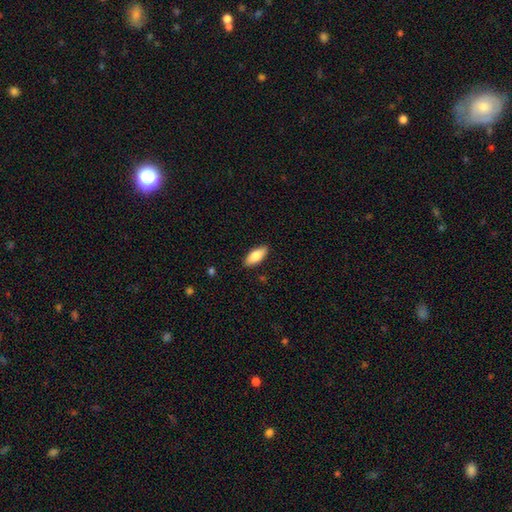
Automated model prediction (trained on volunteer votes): smooth-or-featured: smooth: 79% | featured or disk: 15% | star or artifact: 6%
  how-rounded: in between: 83% | cigar-shaped: 15% | round: 2%
  merging: none: 88% | minor disturbance: 9% | major disturbance: 2% | merger: 1%